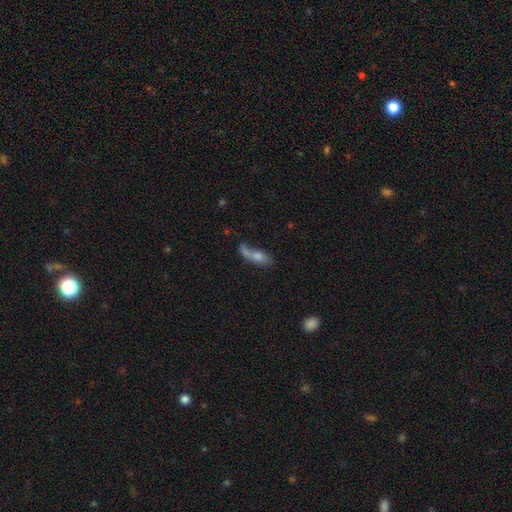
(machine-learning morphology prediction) smooth 62%, featured or disk 29%, star or artifact 10%. Down the decision tree: how rounded — in between (61%); merging — merger (31%).